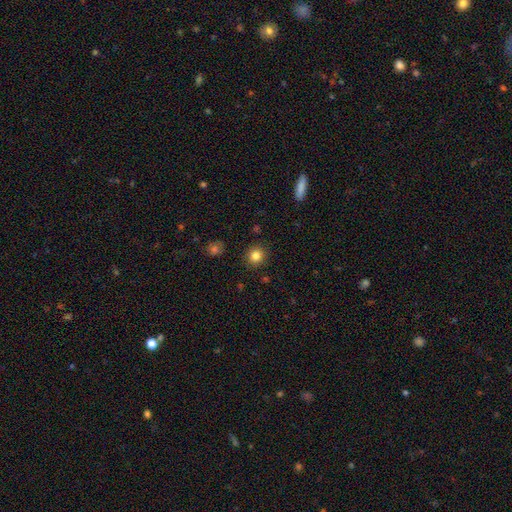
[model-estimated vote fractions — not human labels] smooth_or_featured: smooth (p=0.83) [alt: star or artifact p=0.11]
how_rounded: round (p=0.89) [alt: in between p=0.10]
merging: none (p=0.90) [alt: minor disturbance p=0.06]